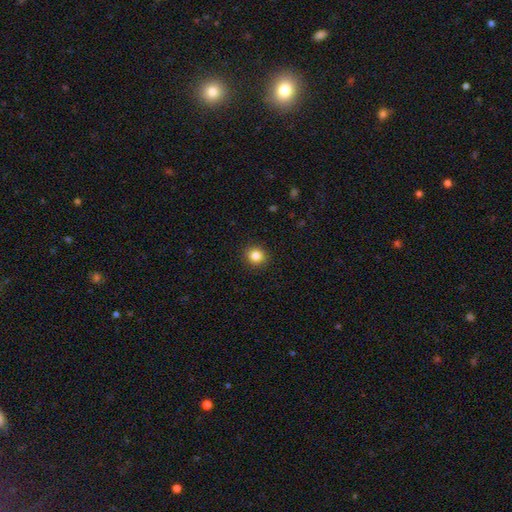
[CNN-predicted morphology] smooth_or_featured: smooth (p=0.85) [alt: star or artifact p=0.10]
how_rounded: round (p=0.86) [alt: in between p=0.13]
merging: none (p=0.91) [alt: minor disturbance p=0.06]